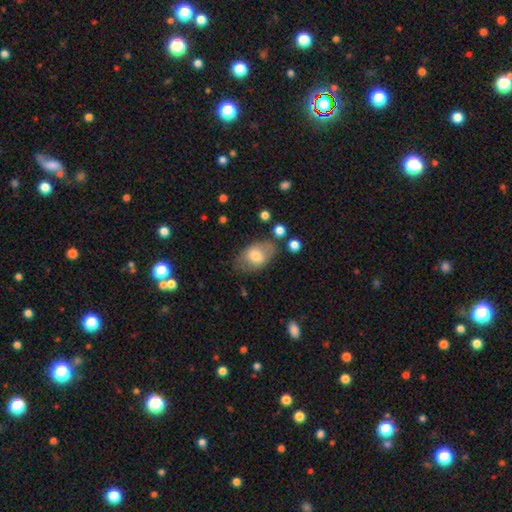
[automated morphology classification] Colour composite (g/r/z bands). It shows a smooth galaxy with no disk features (67%) that is in between round and cigar-shaped (86%). Merging: none (63%).